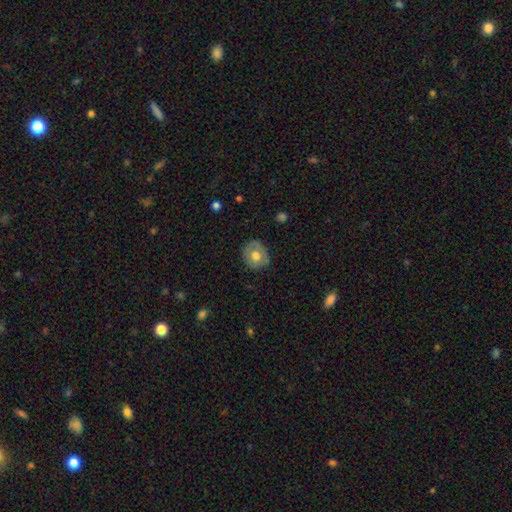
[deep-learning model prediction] Q: Smooth or featured?
A: smooth (61%); runner-up: featured or disk (31%)
Q: How rounded?
A: round (76%); runner-up: in between (23%)
Q: Merging?
A: none (75%); runner-up: minor disturbance (19%)